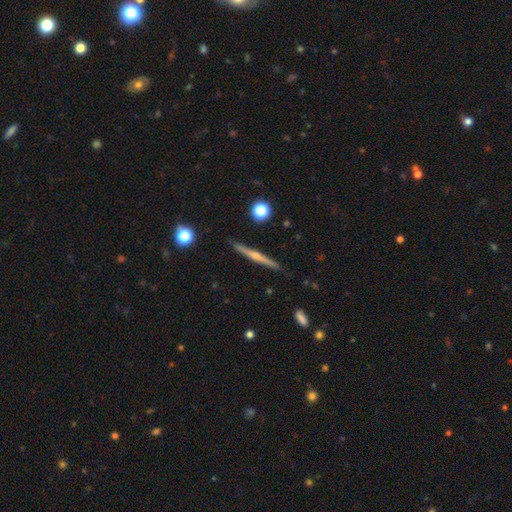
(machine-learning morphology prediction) A featured or disk galaxy (70%) viewed edge-on (97%) with a rounded central bulge (74%). Merging: none (90%).